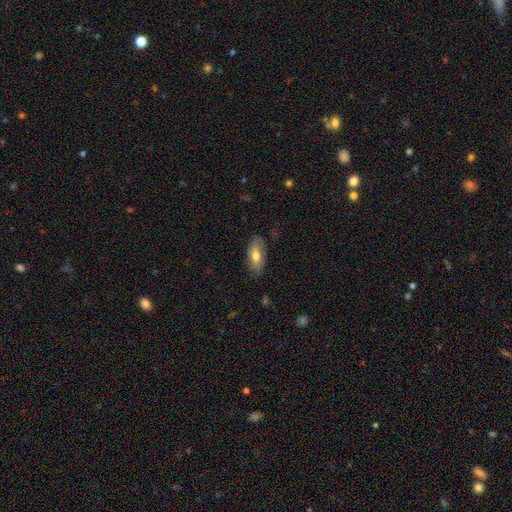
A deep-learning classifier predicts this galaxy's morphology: Smooth or featured? smooth (69%)
How rounded? in between (85%)
Merging? none (79%)